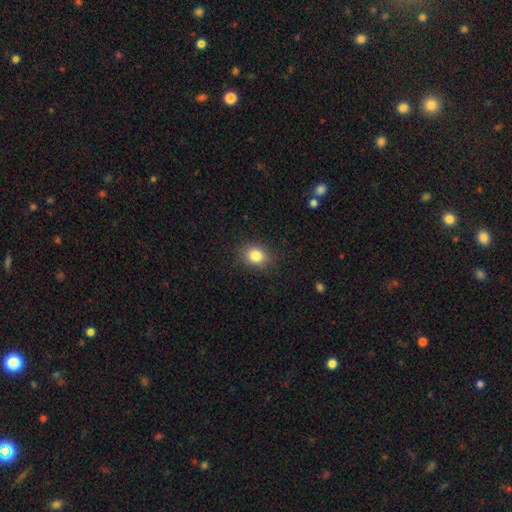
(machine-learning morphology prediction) A smooth galaxy with no disk features (83%) that is round (54%). Merging: none (87%).